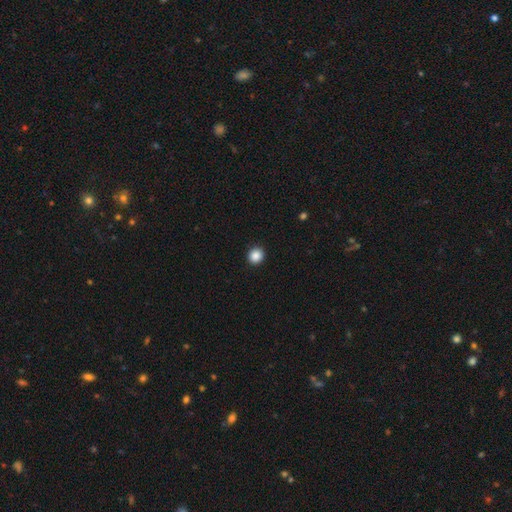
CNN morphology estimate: The model was most divided on "smooth or featured": smooth: 88%, star or artifact: 9%, featured or disk: 3%. More confident: merging — none (92%); how rounded — round (89%).